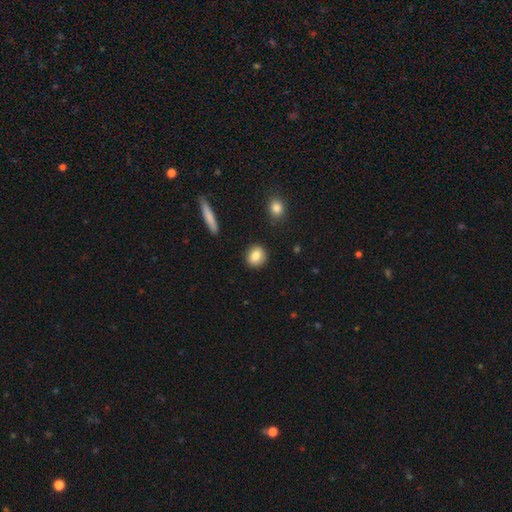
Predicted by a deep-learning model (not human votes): Smooth or featured: smooth — 84% (featured or disk — 8%)
How rounded: round — 72% (in between — 26%)
Merging: none — 89% (minor disturbance — 8%)